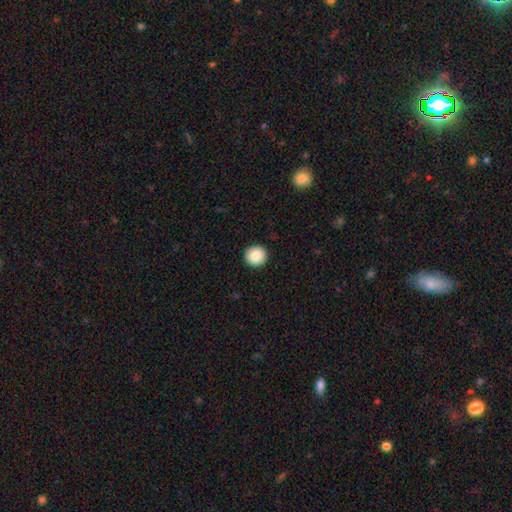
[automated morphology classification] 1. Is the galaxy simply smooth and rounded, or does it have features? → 88% smooth, 8% star or artifact, 4% featured or disk.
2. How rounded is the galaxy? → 95% round, 4% in between, 1% cigar-shaped.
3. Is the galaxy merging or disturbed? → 93% none, 4% minor disturbance, 1% major disturbance, 1% merger.